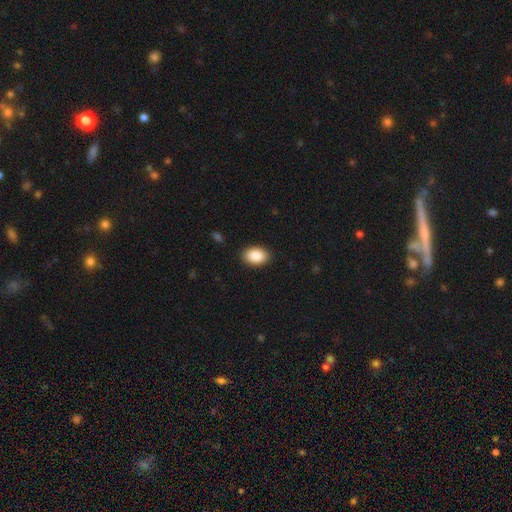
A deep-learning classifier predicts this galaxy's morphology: Smooth or featured? smooth (88%)
How rounded? in between (86%)
Merging? none (90%)